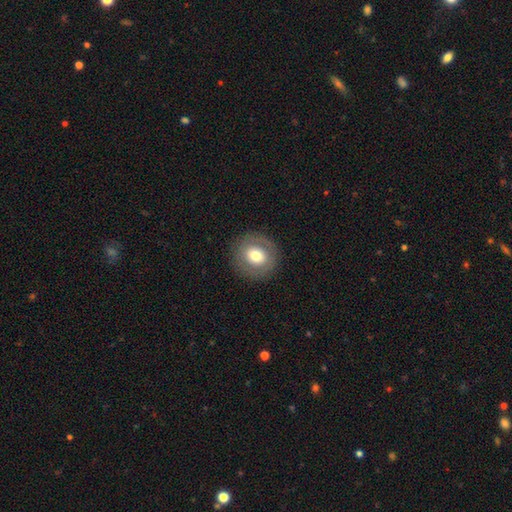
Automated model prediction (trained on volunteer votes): smooth 66%, featured or disk 25%, star or artifact 9%. Down the decision tree: how rounded — round (87%); merging — none (87%).